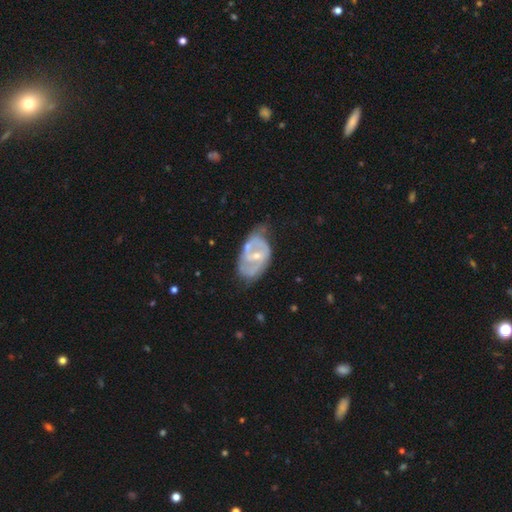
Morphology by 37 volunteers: Smooth or featured: featured or disk — 86% (smooth — 8%)
Edge-on disk: no — 100%
Bar: weak — 56% (no — 31%)
Spiral arms: yes — 81% (no — 19%)
Spiral winding: medium — 58% (tight — 27%)
Spiral arm count: 2 — 73% (1 — 12%)
Bulge size: small — 69% (moderate — 31%)
Merging: minor disturbance — 46% (none — 37%)